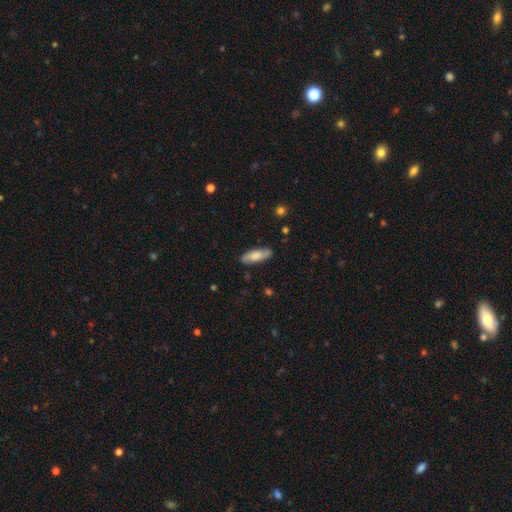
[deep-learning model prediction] Smooth or featured? smooth (72%)
How rounded? in between (60%)
Merging? none (85%)